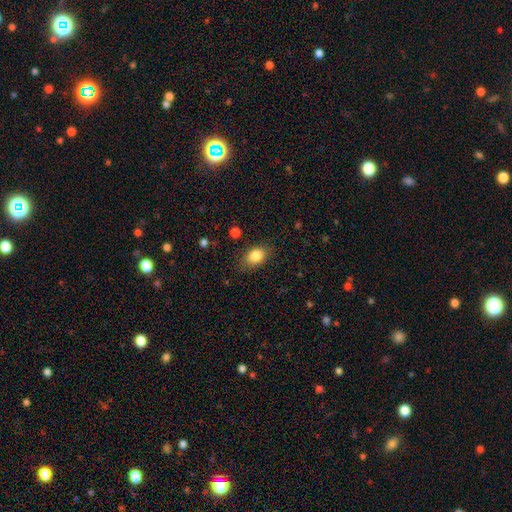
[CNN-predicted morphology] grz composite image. It shows a smooth galaxy with no disk features (85%) that is in between round and cigar-shaped (80%). Merging: none (81%).